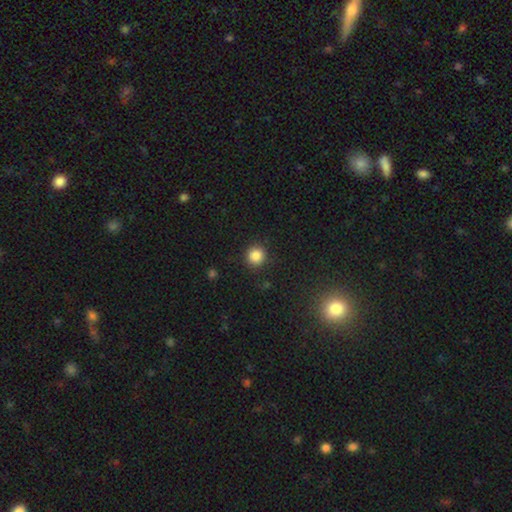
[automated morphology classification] This appears to be a smooth galaxy with no disk features (85%) that is round (93%). Merging: none (90%).